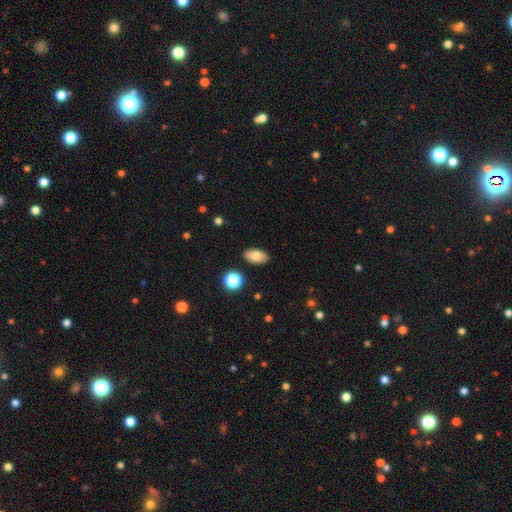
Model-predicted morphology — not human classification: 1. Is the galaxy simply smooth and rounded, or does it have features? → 79% smooth, 12% featured or disk, 9% star or artifact.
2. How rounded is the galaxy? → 91% in between, 6% round, 3% cigar-shaped.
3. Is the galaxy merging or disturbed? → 88% none, 8% minor disturbance, 2% major disturbance, 2% merger.